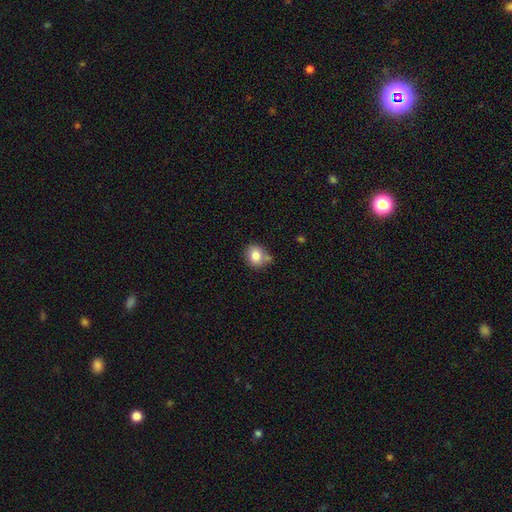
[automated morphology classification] A smooth galaxy with no disk features (82%) that is round (69%). Merging: none (60%).